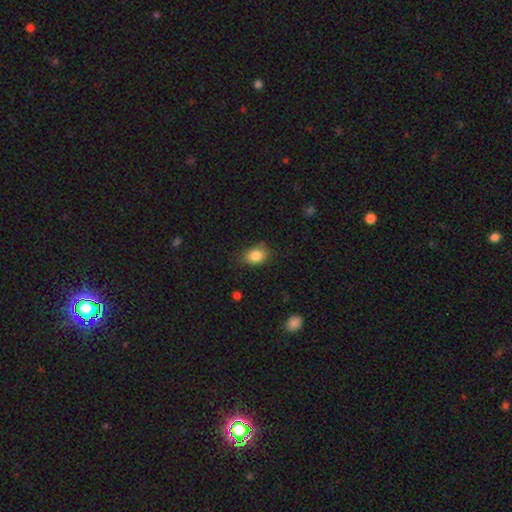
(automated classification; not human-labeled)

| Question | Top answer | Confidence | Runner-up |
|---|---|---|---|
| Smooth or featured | smooth | 84% | star or artifact (9%) |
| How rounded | in between | 63% | round (35%) |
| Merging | none | 69% | minor disturbance (24%) |